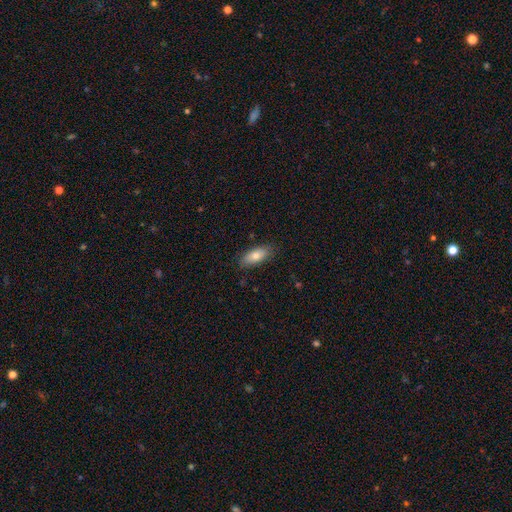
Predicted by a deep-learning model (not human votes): This appears to be a smooth galaxy with no disk features (75%) that is in between round and cigar-shaped (83%). Merging: none (82%).